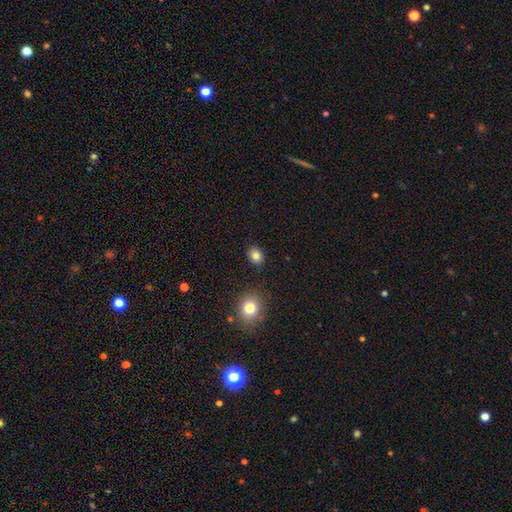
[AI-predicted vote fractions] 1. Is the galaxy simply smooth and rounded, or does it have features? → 84% smooth, 10% star or artifact, 6% featured or disk.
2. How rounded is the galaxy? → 56% in between, 43% round, 1% cigar-shaped.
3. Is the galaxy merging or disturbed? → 88% none, 8% minor disturbance, 2% major disturbance, 2% merger.